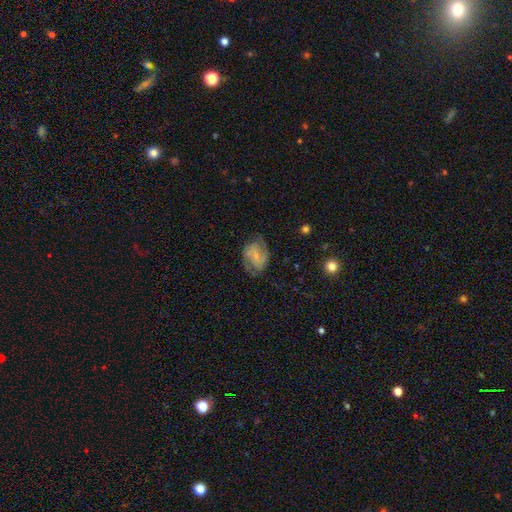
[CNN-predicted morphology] A featured or disk galaxy (68%) with no bar (50%), 2 (76%) medium (46%) spiral arms (87%) and a small central bulge (68%). Merging: none (66%).